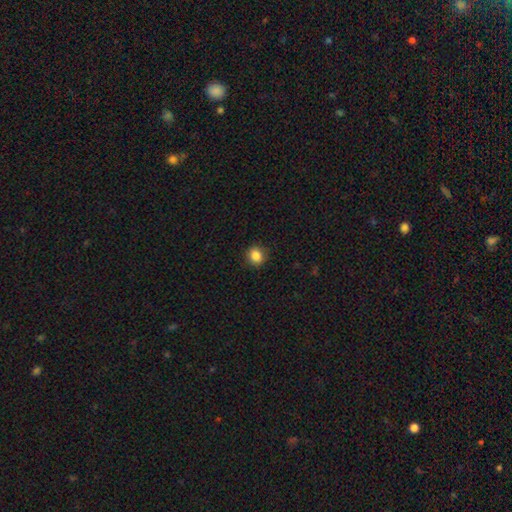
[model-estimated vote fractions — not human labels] smooth 86%, star or artifact 10%, featured or disk 4%. Down the decision tree: how rounded — round (81%); merging — none (91%).